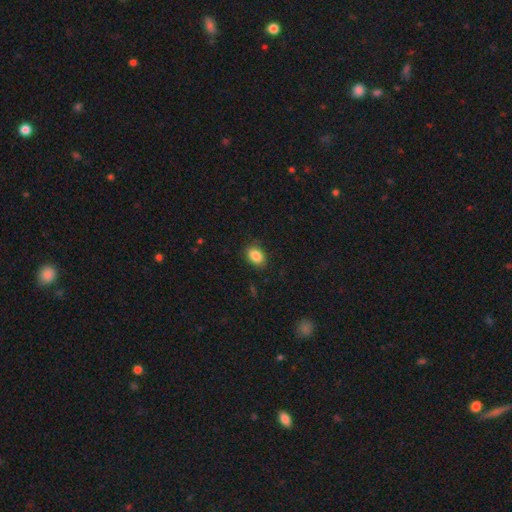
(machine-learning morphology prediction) Q: Smooth or featured?
A: smooth (87%); runner-up: star or artifact (8%)
Q: How rounded?
A: in between (76%); runner-up: round (23%)
Q: Merging?
A: none (84%); runner-up: minor disturbance (12%)